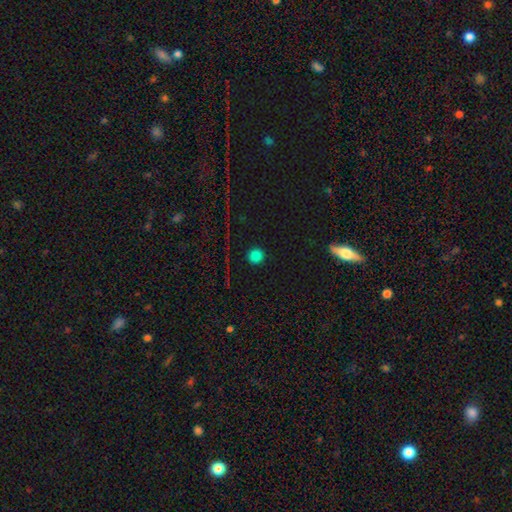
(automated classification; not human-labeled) Smooth or featured?
  - smooth: 78% *
  - star or artifact: 18%
  - featured or disk: 4%
How rounded?
  - round: 95% *
  - in between: 4%
  - cigar-shaped: 1%
Merging?
  - none: 92% *
  - minor disturbance: 5%
  - major disturbance: 2%
  - merger: 1%